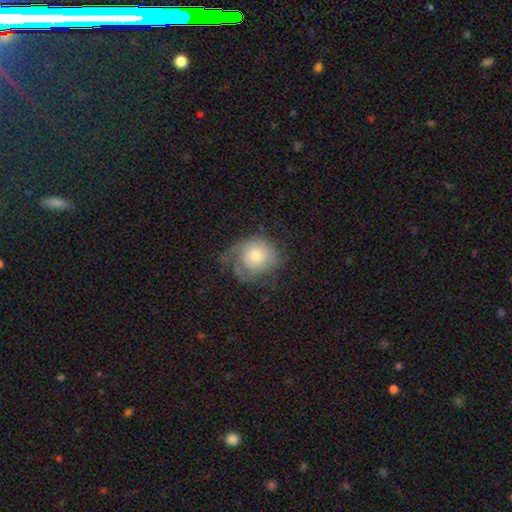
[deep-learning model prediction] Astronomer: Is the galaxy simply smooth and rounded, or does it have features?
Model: featured or disk — 52% (runner-up: smooth, 40%).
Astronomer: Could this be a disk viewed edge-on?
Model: no — 97%.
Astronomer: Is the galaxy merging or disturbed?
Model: none — 50% (runner-up: minor disturbance, 26%).